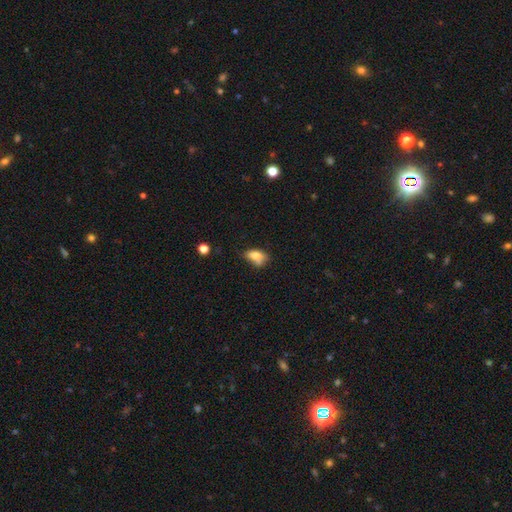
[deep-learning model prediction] This appears to be a smooth galaxy with no disk features (74%) that is in between round and cigar-shaped (83%). Merging: none (36%).